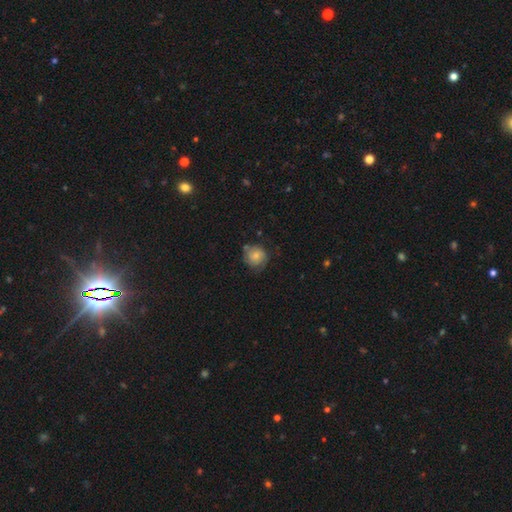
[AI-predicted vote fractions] Smooth or featured? smooth (55%)
How rounded? round (84%)
Merging? none (62%)